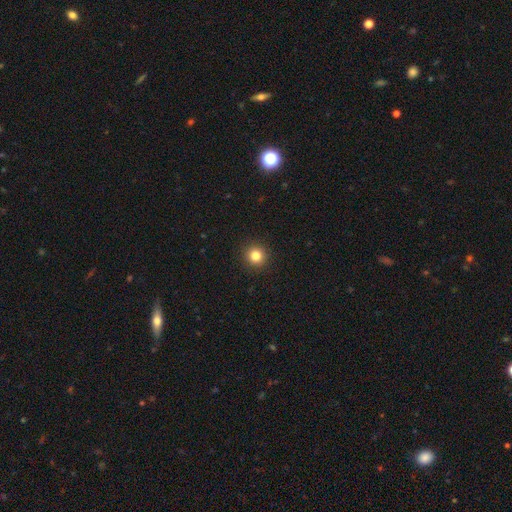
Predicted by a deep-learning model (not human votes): smooth-or-featured: smooth: 82% | star or artifact: 12% | featured or disk: 5%
  how-rounded: round: 95% | in between: 4% | cigar-shaped: 1%
  merging: none: 93% | minor disturbance: 4% | major disturbance: 2% | merger: 1%